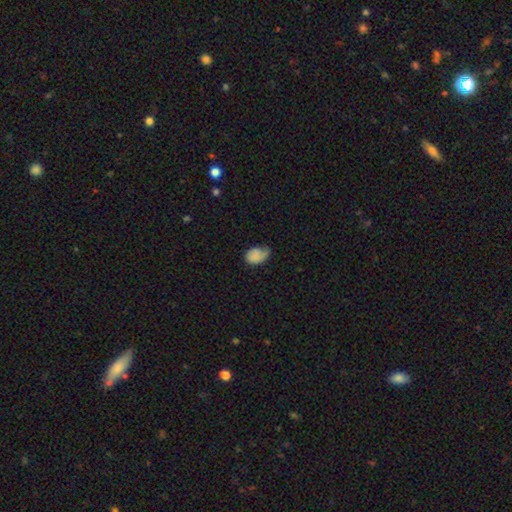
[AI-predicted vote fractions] This is clearly a smooth galaxy (80%). How rounded: clearly in between (81%). Merging: marginally minor disturbance (43%).